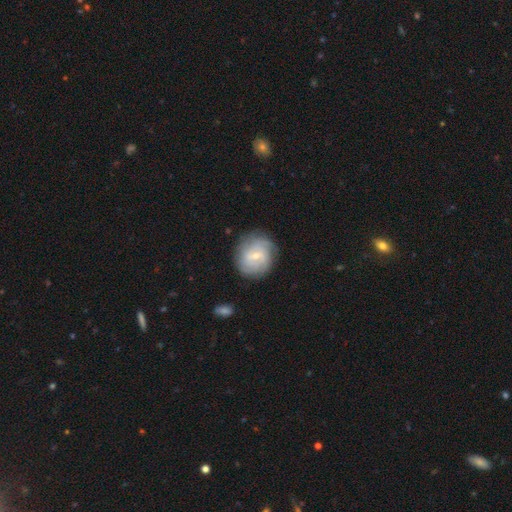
Smooth or featured?
  - featured or disk: 66% *
  - smooth: 29%
  - star or artifact: 5%
Edge-on disk?
  - no: 100% *
  - yes: 0%
Bar?
  - no: 56% *
  - weak: 36%
  - strong: 8%
Spiral arms?
  - yes: 88% *
  - no: 12%
Spiral winding?
  - tight: 73% *
  - medium: 18%
  - loose: 9%
Spiral arm count?
  - can't tell: 50% *
  - 2: 14%
  - 4: 14%
  - more than 4: 14%
  - 3: 9%
  - 1: 0%
Bulge size?
  - small: 80% *
  - moderate: 20%
  - dominant: 0%
  - large: 0%
  - none: 0%
Merging?
  - none: 89% *
  - minor disturbance: 6%
  - major disturbance: 3%
  - merger: 3%